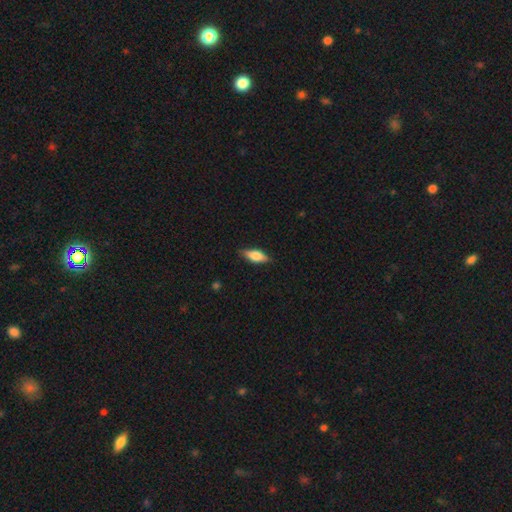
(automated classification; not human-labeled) A smooth galaxy with no disk features (66%) that is in between round and cigar-shaped (73%).

Vote fractions:
- Smooth or featured? smooth: 66% / featured or disk: 27% / star or artifact: 7%
- How rounded? in between: 73% / cigar-shaped: 23% / round: 3%
- Merging? none: 84% / minor disturbance: 13% / major disturbance: 2% / merger: 1%